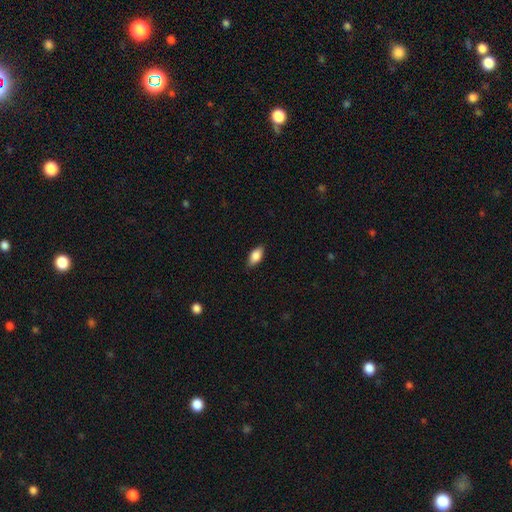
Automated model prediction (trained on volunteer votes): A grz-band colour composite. It shows a smooth galaxy with no disk features (83%) that is in between round and cigar-shaped (89%). Merging: none (86%).